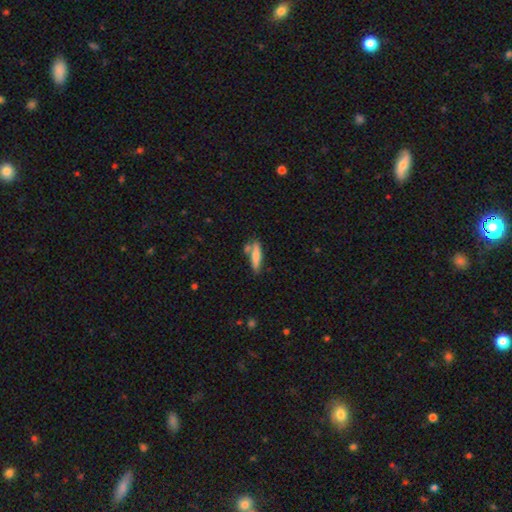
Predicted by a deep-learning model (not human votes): smooth-or-featured: smooth: 72% | featured or disk: 21% | star or artifact: 6%
  how-rounded: cigar-shaped: 76% | in between: 22% | round: 2%
  merging: none: 66% | merger: 15% | minor disturbance: 15% | major disturbance: 4%